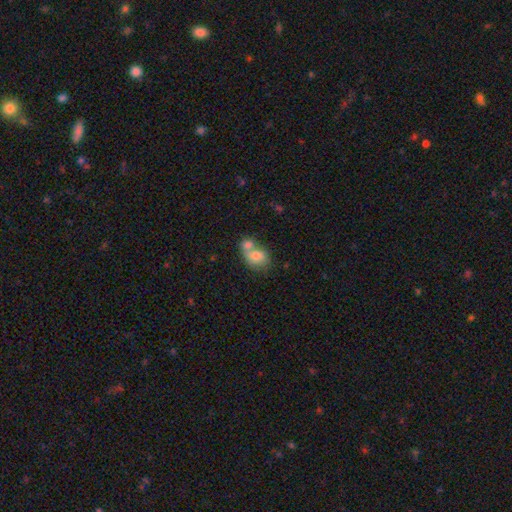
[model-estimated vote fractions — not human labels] Smooth or featured? Predicted: smooth (p=0.76). How rounded? Predicted: in between (p=0.64). Merging? Predicted: merger (p=0.61).